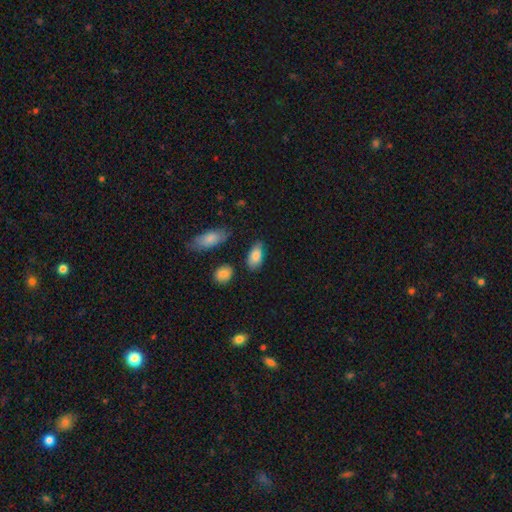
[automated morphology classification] Overall: smooth (83%). How rounded: in between (91%). Merging: none (66%).